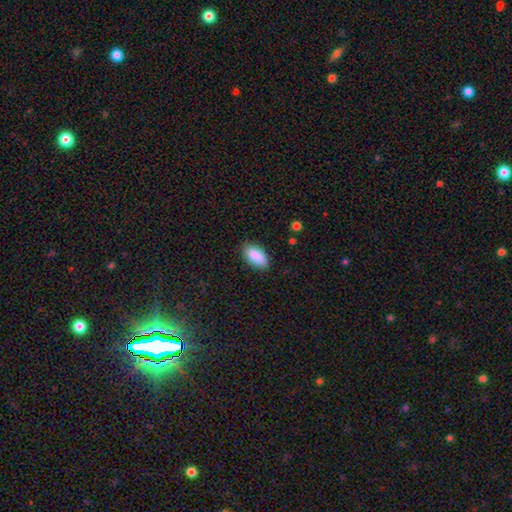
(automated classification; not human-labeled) Smooth or featured? Predicted: smooth (p=0.87). How rounded? Predicted: in between (p=0.94). Merging? Predicted: none (p=0.83).